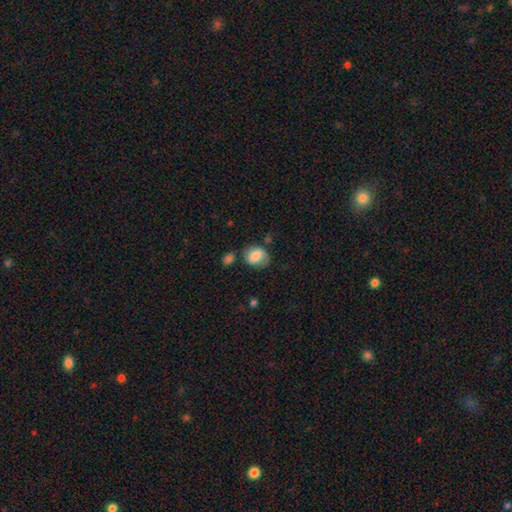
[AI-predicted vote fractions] This appears to be a smooth galaxy with no disk features (75%) that is round (54%). Merging: none (55%).